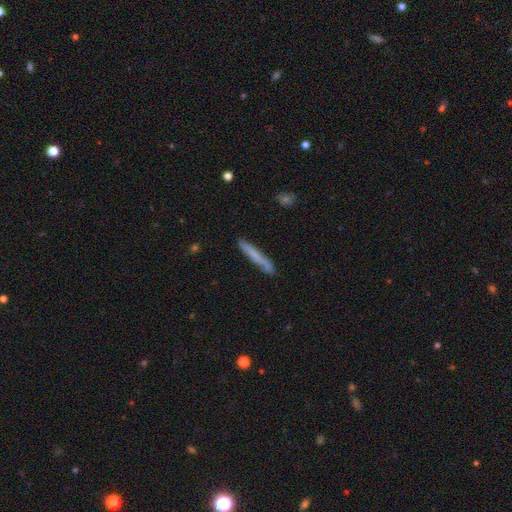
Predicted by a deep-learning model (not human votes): Smooth or featured: smooth — 64% (featured or disk — 30%)
How rounded: cigar-shaped — 96% (in between — 3%)
Merging: none — 83% (minor disturbance — 13%)